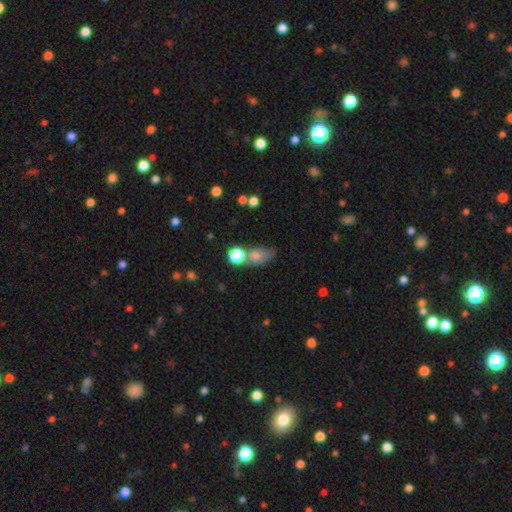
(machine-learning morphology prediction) The model was most divided on "merging": none: 44%, merger: 24%, minor disturbance: 21%, major disturbance: 11%. More confident: how rounded — in between (77%); smooth or featured — smooth (75%).